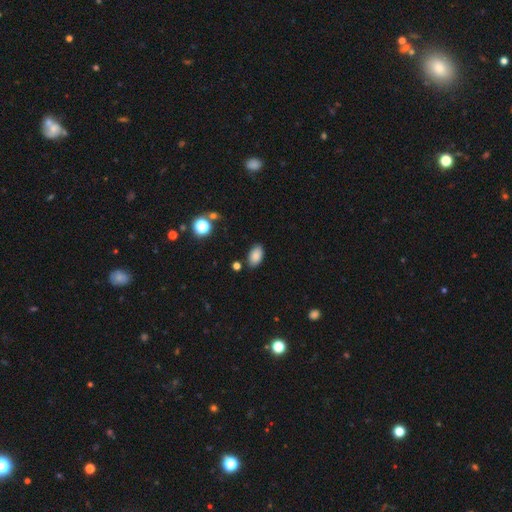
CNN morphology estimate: smooth_or_featured: smooth (p=0.86) [alt: star or artifact p=0.10]
how_rounded: in between (p=0.93) [alt: round p=0.06]
merging: none (p=0.85) [alt: minor disturbance p=0.10]